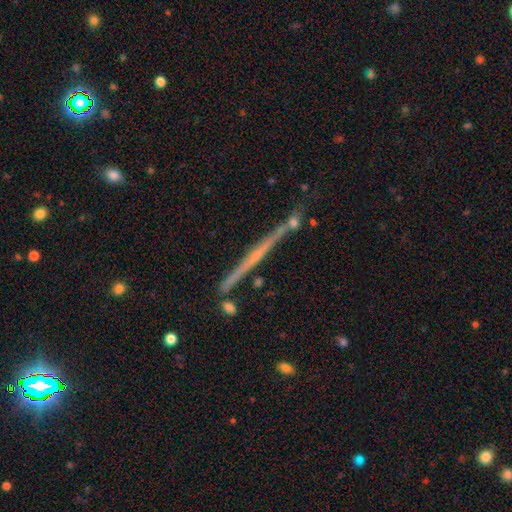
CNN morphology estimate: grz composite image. It shows a featured or disk galaxy (74%) viewed edge-on (98%) with no central bulge (51%). Merging: none (81%).